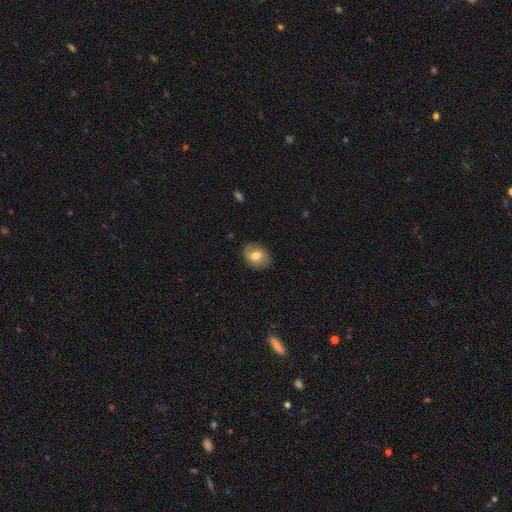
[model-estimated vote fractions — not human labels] Overall: smooth (69%). How rounded: round (52%; in between 47%). Merging: none (83%).